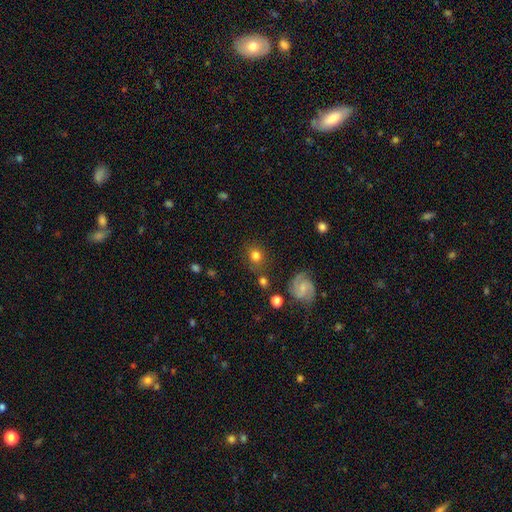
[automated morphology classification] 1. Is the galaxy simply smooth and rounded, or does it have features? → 73% smooth, 16% featured or disk, 10% star or artifact.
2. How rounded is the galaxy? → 75% round, 24% in between, 1% cigar-shaped.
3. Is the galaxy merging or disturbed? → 76% none, 13% minor disturbance, 6% merger, 5% major disturbance.